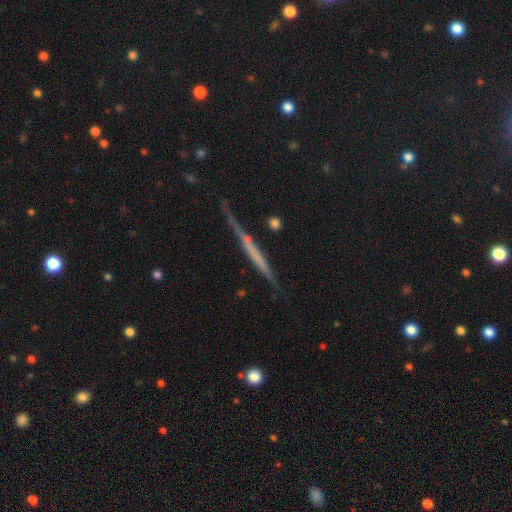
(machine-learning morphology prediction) A featured or disk galaxy (57%) viewed edge-on (95%) with no central bulge (82%). Merging: none (69%).